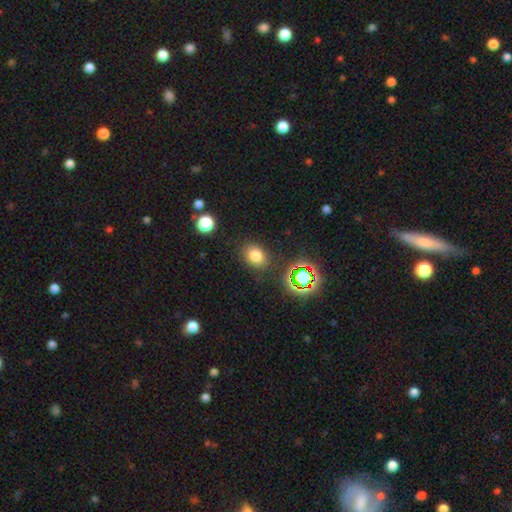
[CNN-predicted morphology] The model was most divided on "how rounded": in between: 59%, round: 40%, cigar-shaped: 1%. More confident: merging — none (83%); smooth or featured — smooth (75%).